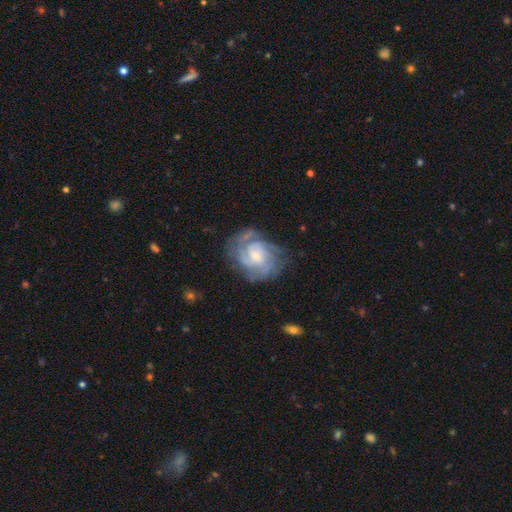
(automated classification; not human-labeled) Morphology: type=featured or disk (83%); edge-on=no (98%); bar=no (61%); spiral arms=yes (95%); winding=tight (55%); arm count=3 (28%, tied with can't tell); bulge=small (52%); merging=none (63%).